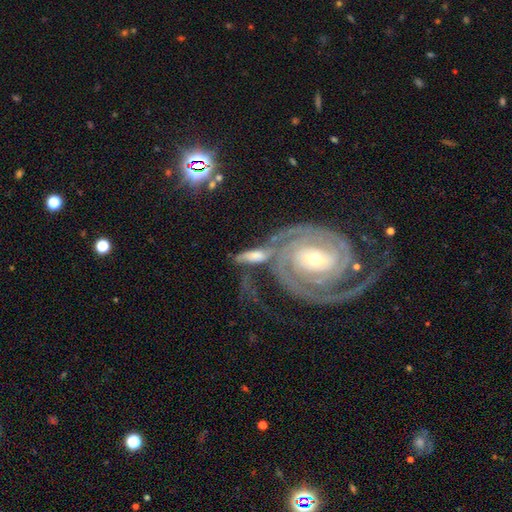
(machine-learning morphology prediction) Smooth or featured? featured or disk (56%)
Edge-on disk? no (86%)
Merging? merger (44%)